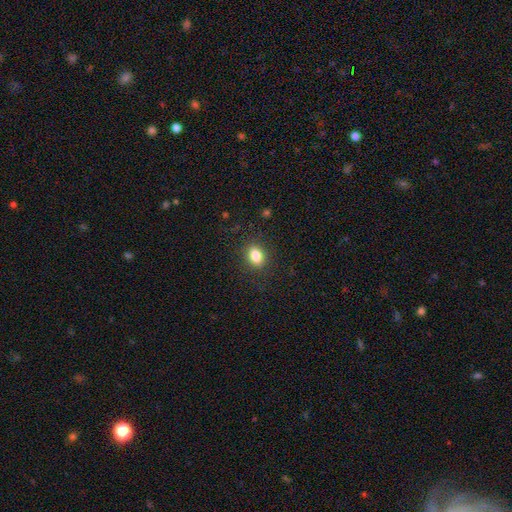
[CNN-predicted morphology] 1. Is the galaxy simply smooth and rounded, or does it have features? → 83% smooth, 10% star or artifact, 7% featured or disk.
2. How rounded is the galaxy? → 69% in between, 29% round, 2% cigar-shaped.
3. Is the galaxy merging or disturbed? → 87% none, 9% minor disturbance, 3% major disturbance, 1% merger.